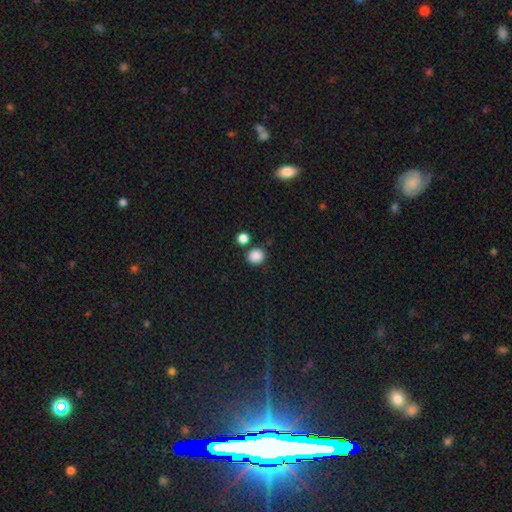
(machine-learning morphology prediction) Smooth or featured: smooth — 86% (star or artifact — 11%)
How rounded: round — 85% (in between — 14%)
Merging: none — 79% (merger — 9%)